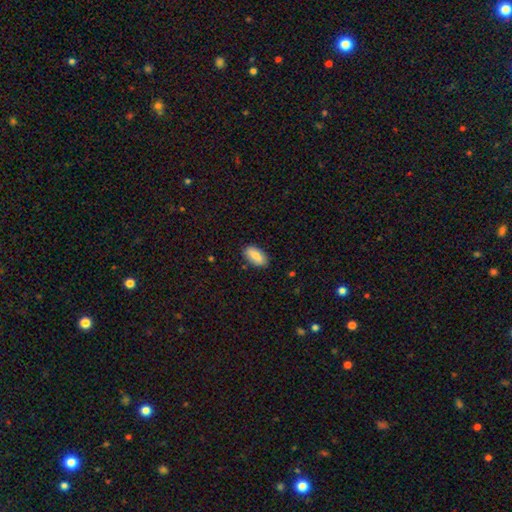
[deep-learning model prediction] Smooth or featured? Predicted: smooth (p=0.79). How rounded? Predicted: in between (p=0.91). Merging? Predicted: none (p=0.85).